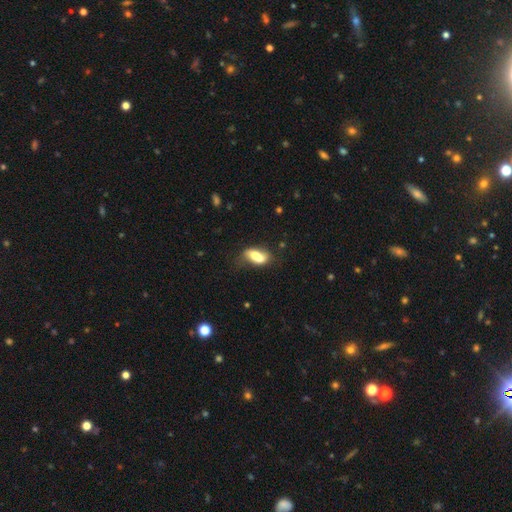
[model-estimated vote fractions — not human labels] Morphology: type=smooth (64%); roundness=in between (82%); merging=none (43%).